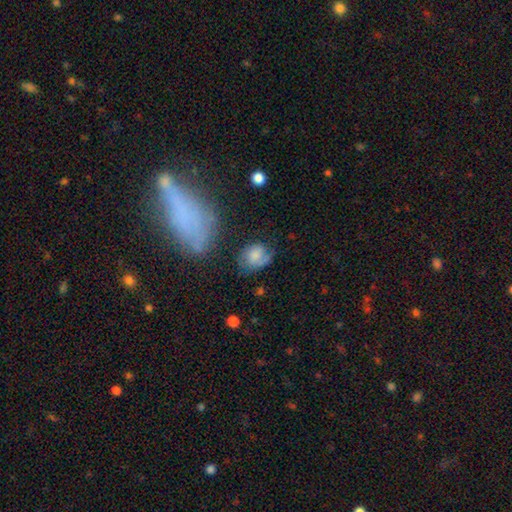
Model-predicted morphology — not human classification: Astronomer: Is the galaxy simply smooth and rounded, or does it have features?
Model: smooth — 58% (runner-up: featured or disk, 33%).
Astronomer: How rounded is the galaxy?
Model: in between — 50% (runner-up: round, 49%).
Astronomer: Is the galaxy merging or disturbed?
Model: none — 50% (runner-up: minor disturbance, 28%).